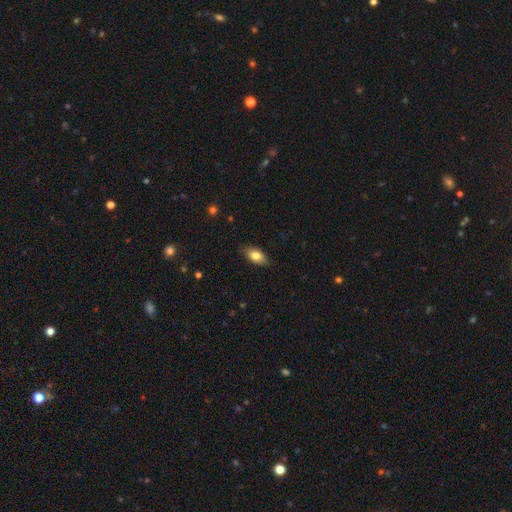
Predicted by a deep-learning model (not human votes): smooth-or-featured: smooth: 79% | featured or disk: 14% | star or artifact: 7%
  how-rounded: in between: 89% | round: 6% | cigar-shaped: 5%
  merging: none: 85% | minor disturbance: 12% | major disturbance: 2% | merger: 1%